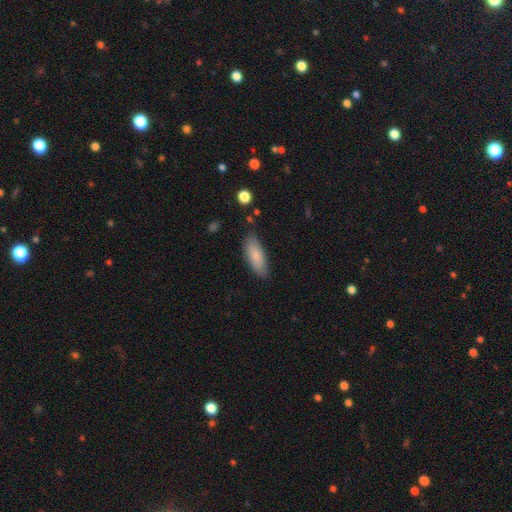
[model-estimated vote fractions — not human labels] Smooth or featured? Predicted: smooth (p=0.82). How rounded? Predicted: in between (p=0.68). Merging? Predicted: none (p=0.81).